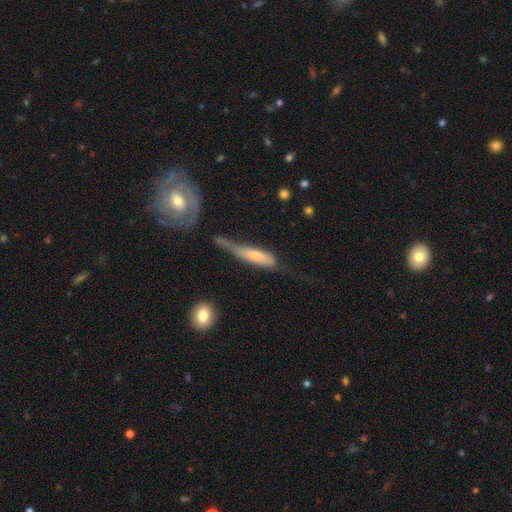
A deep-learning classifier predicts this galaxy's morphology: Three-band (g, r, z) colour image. It shows a smooth galaxy with no disk features (58%) that is cigar-shaped (77%). Merging: major disturbance (36%).